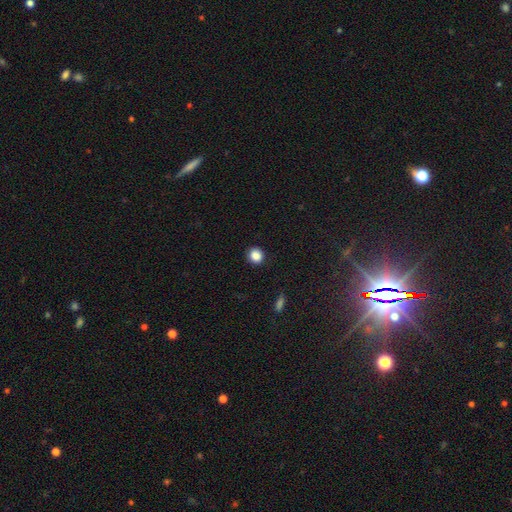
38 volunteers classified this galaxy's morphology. smooth-or-featured: smooth: 87% | star or artifact: 8% | featured or disk: 5%
  how-rounded: round: 94% | in between: 6% | cigar-shaped: 0%
  merging: none: 86% | minor disturbance: 11% | major disturbance: 3% | merger: 0%